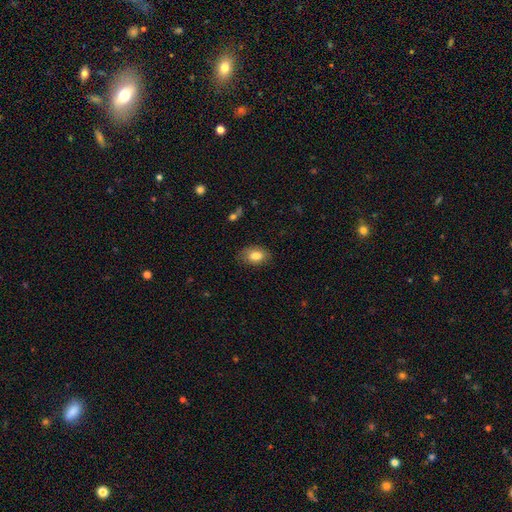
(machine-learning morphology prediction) The model was most divided on "merging": none: 81%, minor disturbance: 15%, major disturbance: 3%, merger: 1%. More confident: how rounded — in between (84%); smooth or featured — smooth (83%).